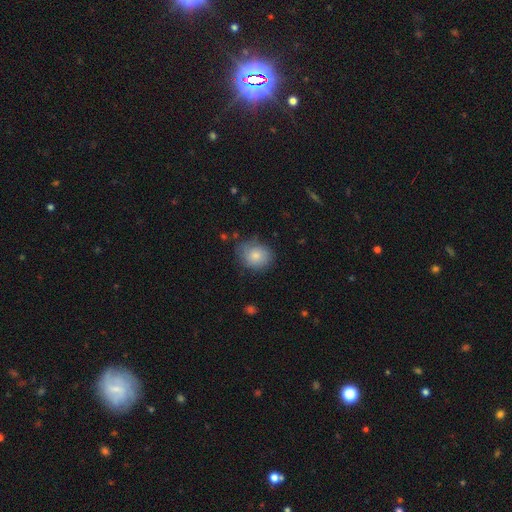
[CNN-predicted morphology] smooth_or_featured: smooth (p=0.78) [alt: featured or disk p=0.14]
how_rounded: round (p=0.60) [alt: in between p=0.39]
merging: none (p=0.66) [alt: minor disturbance p=0.25]